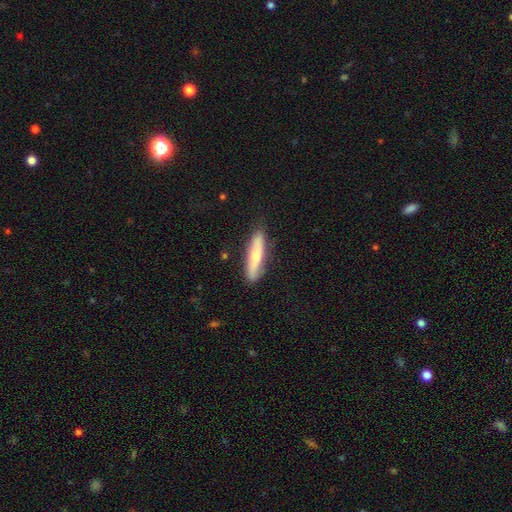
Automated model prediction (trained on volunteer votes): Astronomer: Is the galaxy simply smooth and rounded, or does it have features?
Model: smooth — 57% (runner-up: featured or disk, 37%).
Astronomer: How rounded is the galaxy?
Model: cigar-shaped — 82%.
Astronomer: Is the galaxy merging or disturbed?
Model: none — 82%.